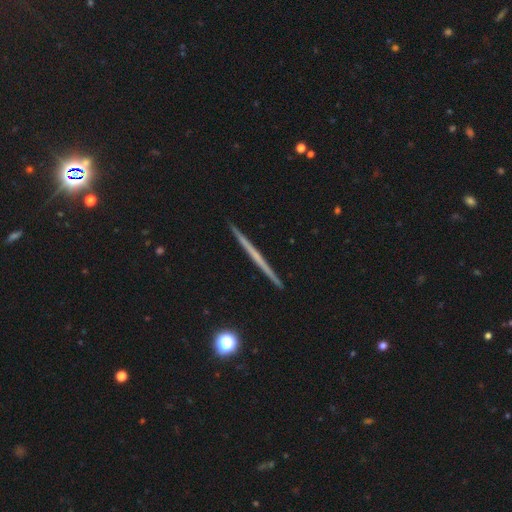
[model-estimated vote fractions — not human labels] This is likely a featured or disk galaxy (63%). It is clearly viewed edge-on (98%). Edge-on bulge: clearly none (89%). Merging: clearly none (93%).